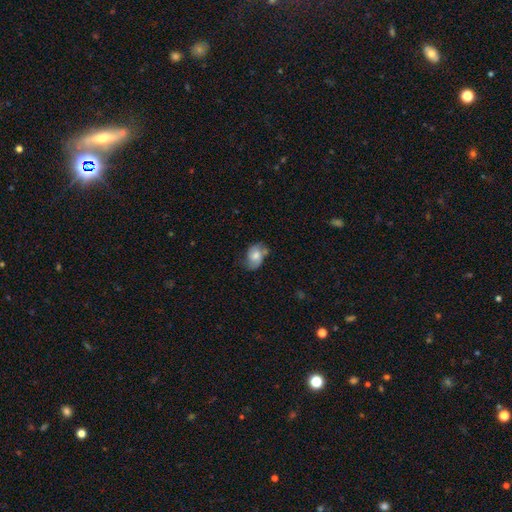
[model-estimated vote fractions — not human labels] Q: Smooth or featured?
A: smooth (65%); runner-up: featured or disk (27%)
Q: How rounded?
A: in between (76%); runner-up: round (23%)
Q: Merging?
A: none (50%); runner-up: minor disturbance (33%)